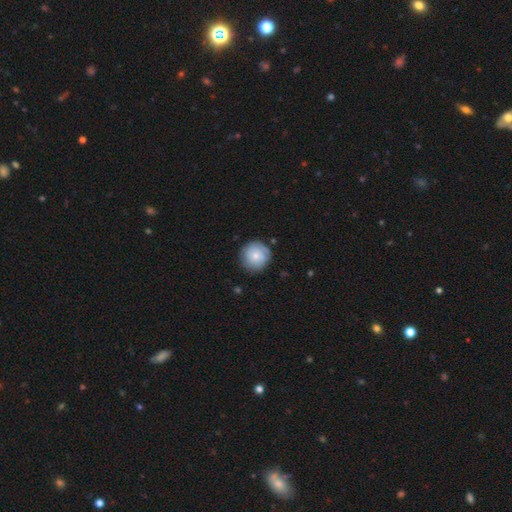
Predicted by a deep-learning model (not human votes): The model was most divided on "smooth or featured": smooth: 65%, featured or disk: 27%, star or artifact: 7%. More confident: how rounded — round (94%); merging — none (81%).